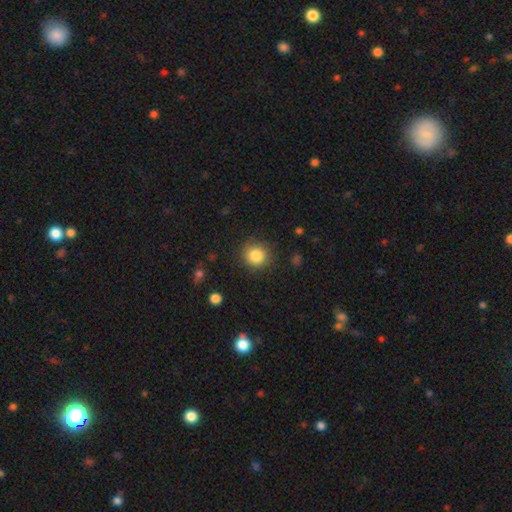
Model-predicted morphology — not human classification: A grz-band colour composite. It shows a smooth galaxy with no disk features (85%) that is round (91%). Merging: none (87%).